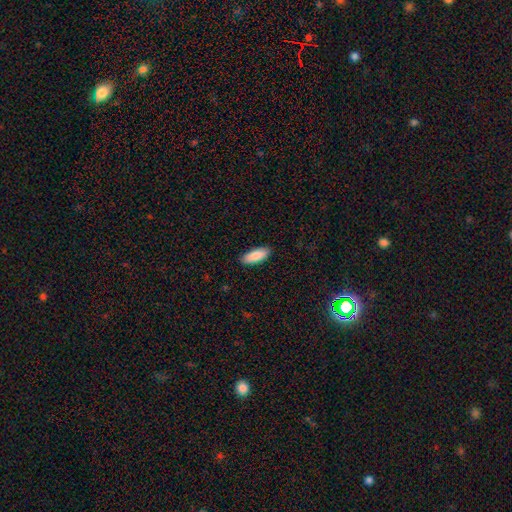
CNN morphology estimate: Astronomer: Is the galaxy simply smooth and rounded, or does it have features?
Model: smooth — 87%.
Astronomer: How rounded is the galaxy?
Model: in between — 76%.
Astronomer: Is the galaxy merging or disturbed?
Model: none — 89%.